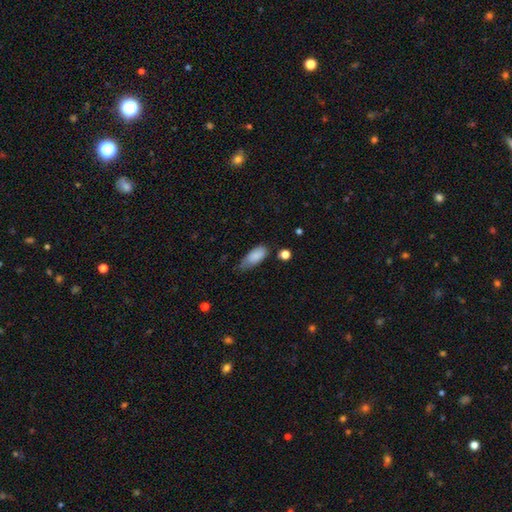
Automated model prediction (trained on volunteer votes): smooth 84%, featured or disk 8%, star or artifact 7%. Down the decision tree: how rounded — in between (86%); merging — none (46%).